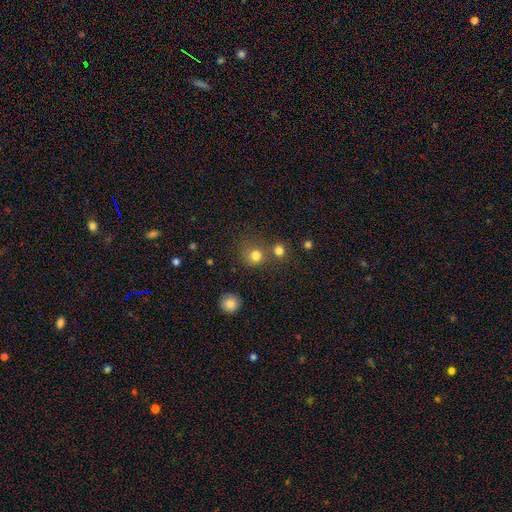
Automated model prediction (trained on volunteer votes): This is likely a smooth galaxy (78%). How rounded: clearly round (87%). Merging: likely none (62%).